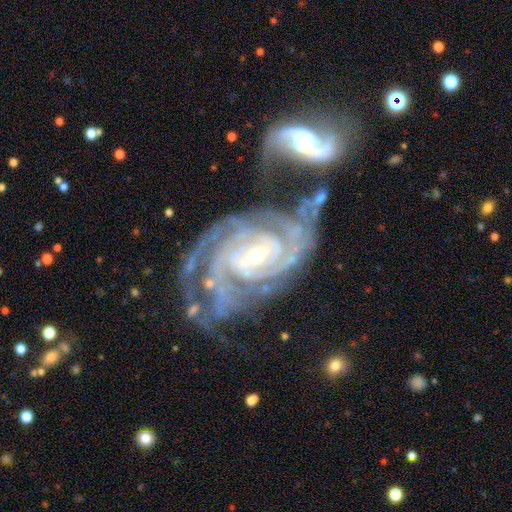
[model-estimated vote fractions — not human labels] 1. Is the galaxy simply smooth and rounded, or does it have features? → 93% featured or disk, 4% star or artifact, 3% smooth.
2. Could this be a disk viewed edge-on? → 97% no, 3% yes.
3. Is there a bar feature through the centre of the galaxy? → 39% weak, 37% no, 23% strong.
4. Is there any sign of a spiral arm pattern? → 98% yes, 2% no.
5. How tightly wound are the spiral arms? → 66% tight, 28% medium, 6% loose.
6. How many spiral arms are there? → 23% 3 (tied), 23% 2 (tied), 19% 4, 19% can't tell, 9% more than 4, 7% 1.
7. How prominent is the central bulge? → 61% small, 35% moderate, 2% large, 1% none, 1% dominant.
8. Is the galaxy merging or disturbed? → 35% merger, 30% none, 18% minor disturbance, 16% major disturbance.